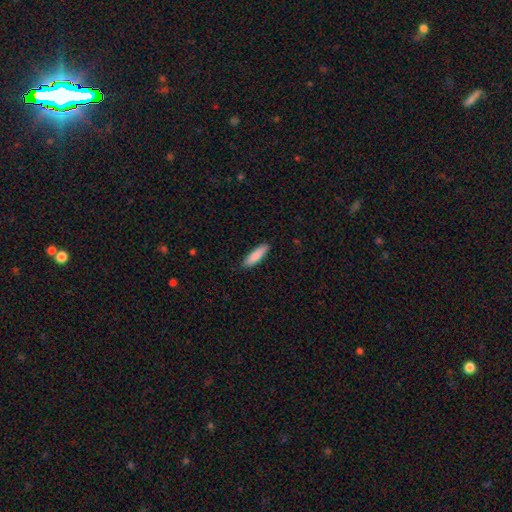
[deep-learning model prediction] smooth 87%, featured or disk 8%, star or artifact 5%. Down the decision tree: how rounded — cigar-shaped (68%); merging — none (88%).